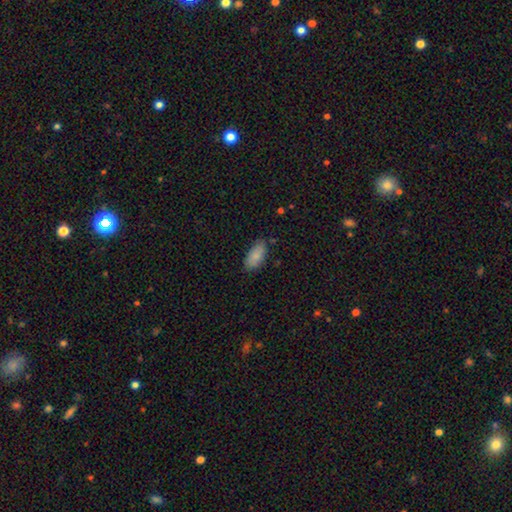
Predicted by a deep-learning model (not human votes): smooth-or-featured: smooth: 86% | featured or disk: 7% | star or artifact: 7%
  how-rounded: in between: 91% | cigar-shaped: 7% | round: 2%
  merging: none: 77% | minor disturbance: 18% | major disturbance: 3% | merger: 2%